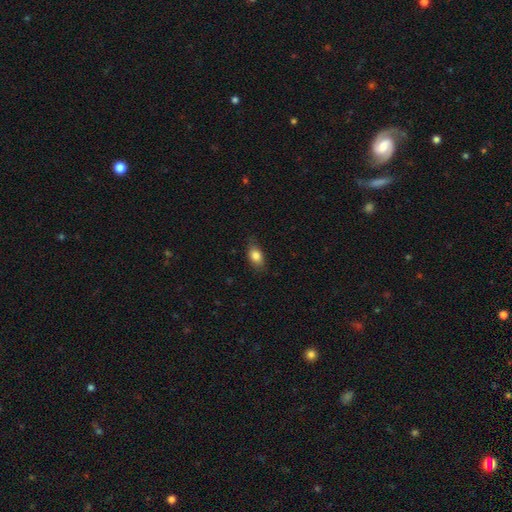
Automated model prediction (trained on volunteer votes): This is clearly a smooth galaxy (83%). How rounded: clearly in between (83%). Merging: likely none (79%).